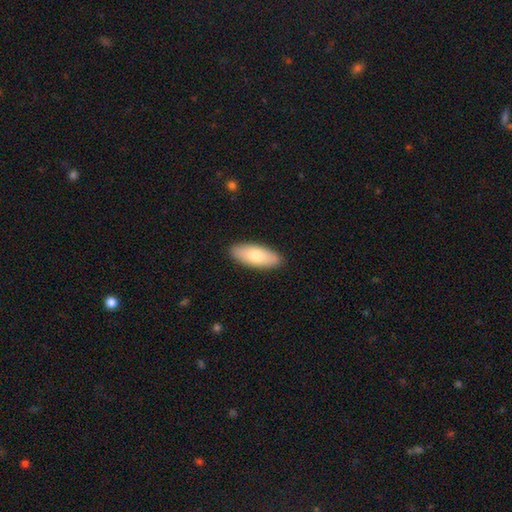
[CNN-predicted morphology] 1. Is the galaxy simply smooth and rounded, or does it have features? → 74% smooth, 20% featured or disk, 6% star or artifact.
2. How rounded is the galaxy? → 81% in between, 16% cigar-shaped, 2% round.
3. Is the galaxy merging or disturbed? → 89% none, 8% minor disturbance, 2% major disturbance, 1% merger.